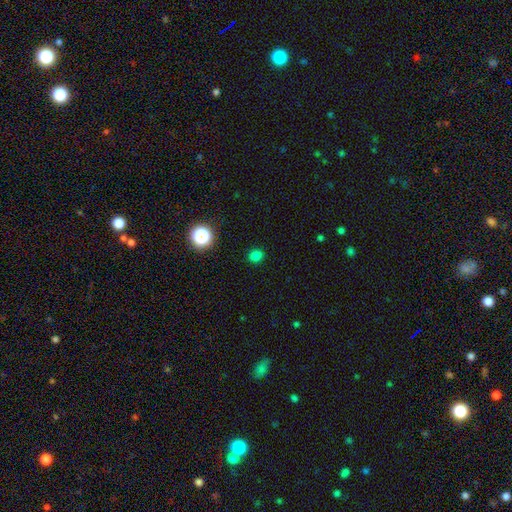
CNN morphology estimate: A smooth galaxy with no disk features (78%) that is round (80%). Merging: none (90%).